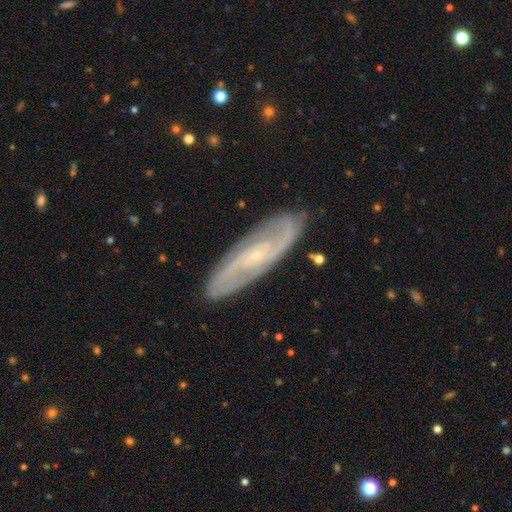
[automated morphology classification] Smooth or featured? Predicted: featured or disk (p=0.81). Edge-on disk? Predicted: no (p=0.84). Bar? Predicted: no (p=0.49). Spiral arms? Predicted: yes (p=0.94). Spiral winding? Predicted: medium (p=0.42). Spiral arm count? Predicted: 2 (p=0.70). Bulge size? Predicted: small (p=0.82). Merging? Predicted: none (p=0.85).